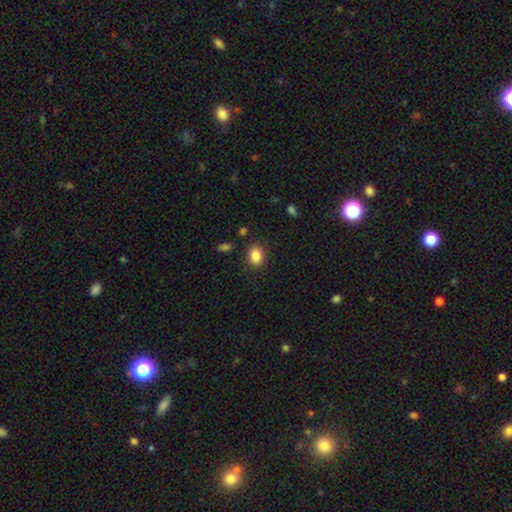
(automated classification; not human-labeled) smooth_or_featured: smooth (p=0.86) [alt: star or artifact p=0.09]
how_rounded: in between (p=0.62) [alt: round p=0.37]
merging: none (p=0.86) [alt: minor disturbance p=0.10]